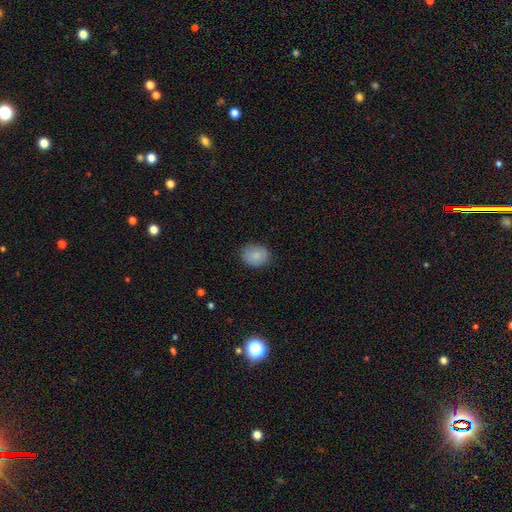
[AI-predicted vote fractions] A smooth galaxy with no disk features (86%) that is round (53%). Merging: none (84%).